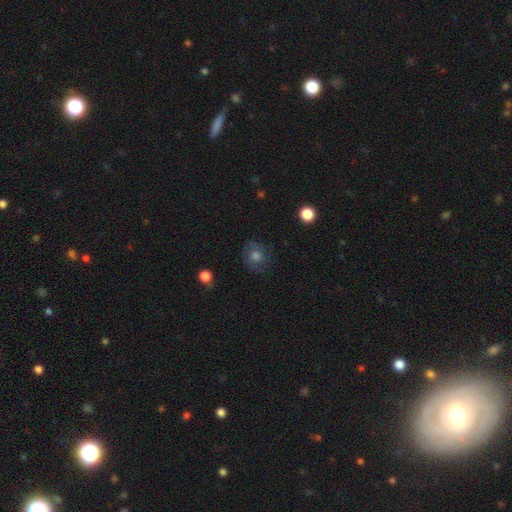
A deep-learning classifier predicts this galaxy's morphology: Smooth or featured: smooth — 49% (featured or disk — 36%)
Merging: none — 77% (minor disturbance — 15%)